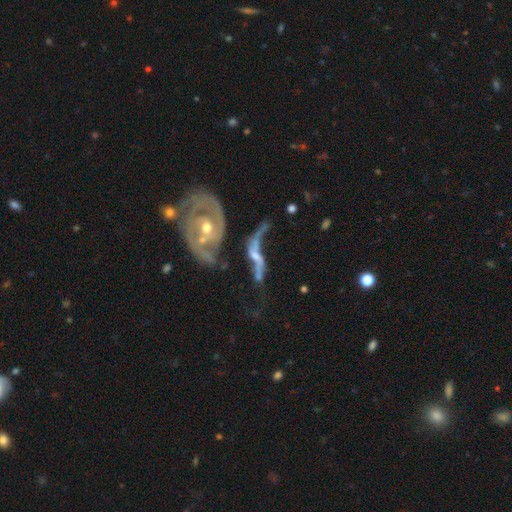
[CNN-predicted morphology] The model was most divided on "bulge size": small: 42%, moderate: 41%, none: 11%, large: 3%, dominant: 2%. Remaining: edge-on disk — no (90%); spiral arms — yes (79%); smooth or featured — featured or disk (77%); spiral arm count — 2 (76%); spiral winding — loose (74%); bar — no (55%); merging — merger (43%).